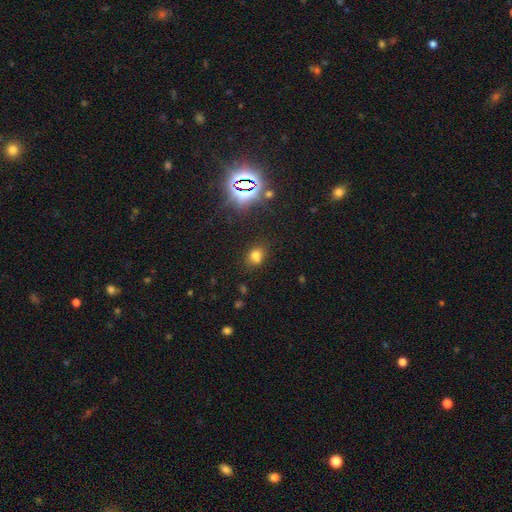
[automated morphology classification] smooth-or-featured: smooth: 70% | star or artifact: 21% | featured or disk: 8%
  how-rounded: round: 52% | in between: 47% | cigar-shaped: 1%
  merging: none: 72% | minor disturbance: 15% | merger: 7% | major disturbance: 5%